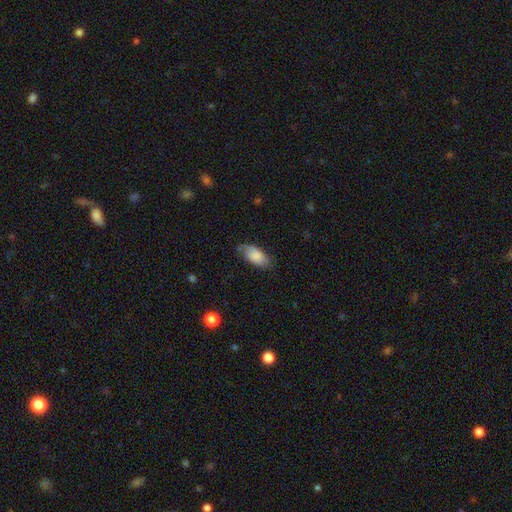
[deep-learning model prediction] Q: Smooth or featured?
A: smooth (77%); runner-up: featured or disk (16%)
Q: How rounded?
A: in between (93%); runner-up: cigar-shaped (4%)
Q: Merging?
A: none (62%); runner-up: minor disturbance (28%)